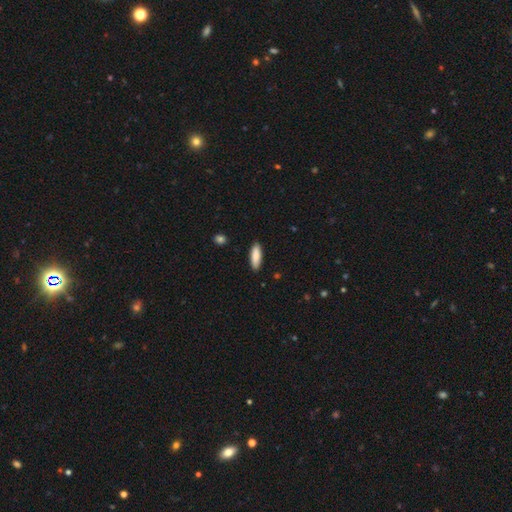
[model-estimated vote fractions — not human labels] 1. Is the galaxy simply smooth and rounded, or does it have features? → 84% smooth, 10% featured or disk, 6% star or artifact.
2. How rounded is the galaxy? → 53% in between, 45% cigar-shaped, 2% round.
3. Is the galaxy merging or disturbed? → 89% none, 9% minor disturbance, 2% major disturbance, 1% merger.